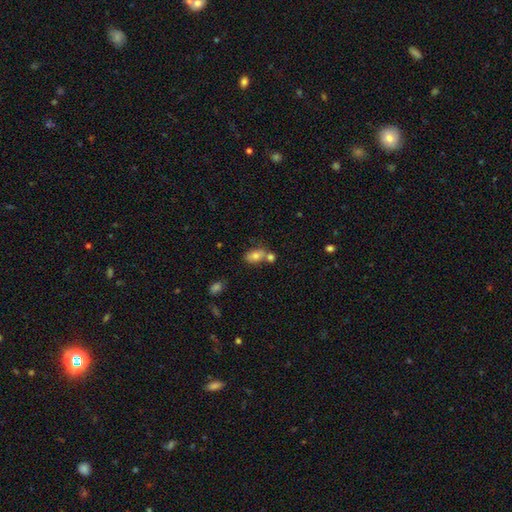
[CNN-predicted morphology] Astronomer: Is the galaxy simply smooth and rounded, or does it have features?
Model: smooth — 76%.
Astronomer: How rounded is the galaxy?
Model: in between — 85%.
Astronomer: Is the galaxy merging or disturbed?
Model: none — 47% (runner-up: merger, 36%).